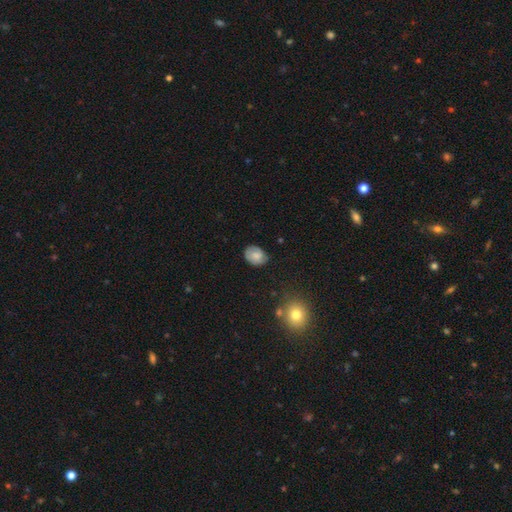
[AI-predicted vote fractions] Overall: smooth (63%; featured or disk 29%). How rounded: in between (64%; round 35%). Merging: none (74%).